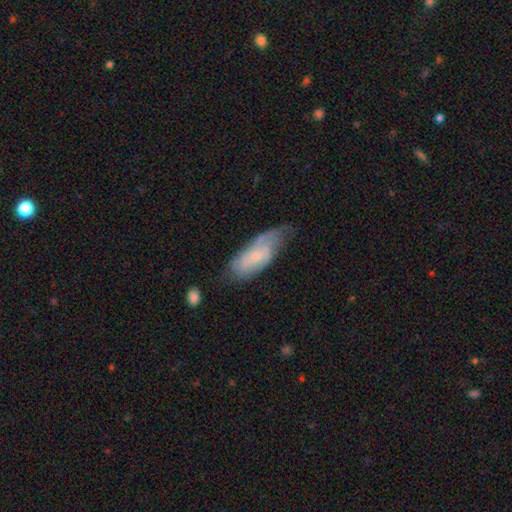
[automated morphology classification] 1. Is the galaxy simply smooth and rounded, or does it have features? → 48% featured or disk, 44% smooth, 7% star or artifact.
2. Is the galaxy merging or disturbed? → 46% none, 36% minor disturbance, 15% major disturbance, 3% merger.